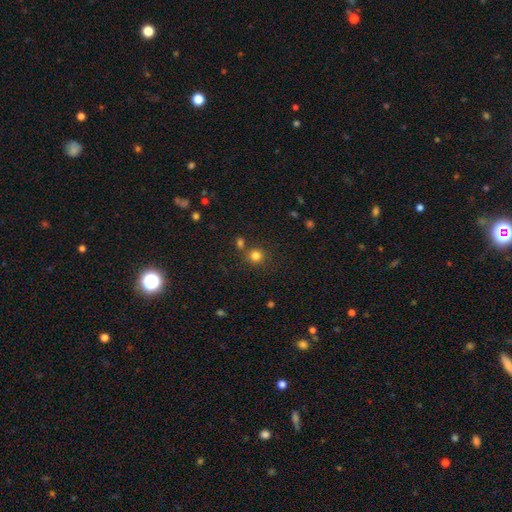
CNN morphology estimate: Smooth or featured: smooth — 80% (star or artifact — 14%)
How rounded: round — 88% (in between — 11%)
Merging: none — 75% (merger — 12%)